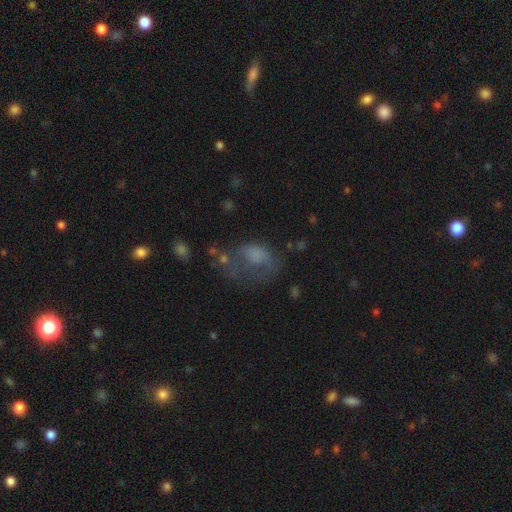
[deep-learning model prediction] smooth-or-featured: smooth: 53% | featured or disk: 31% | star or artifact: 16%
  how-rounded: in between: 69% | round: 29% | cigar-shaped: 2%
  merging: major disturbance: 48% | none: 26% | minor disturbance: 20% | merger: 6%